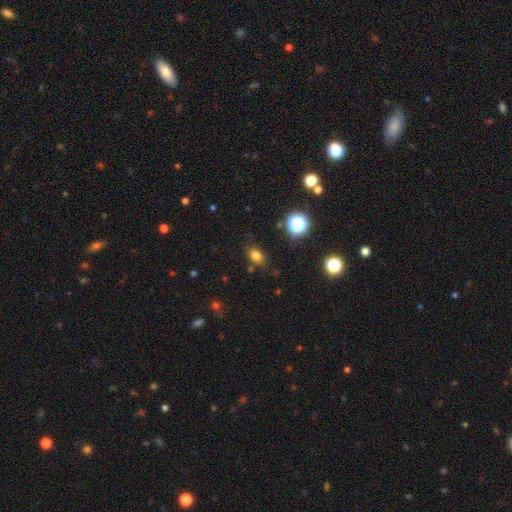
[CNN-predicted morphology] smooth_or_featured: smooth (p=0.76) [alt: star or artifact p=0.17]
how_rounded: in between (p=0.72) [alt: round p=0.27]
merging: none (p=0.80) [alt: minor disturbance p=0.13]